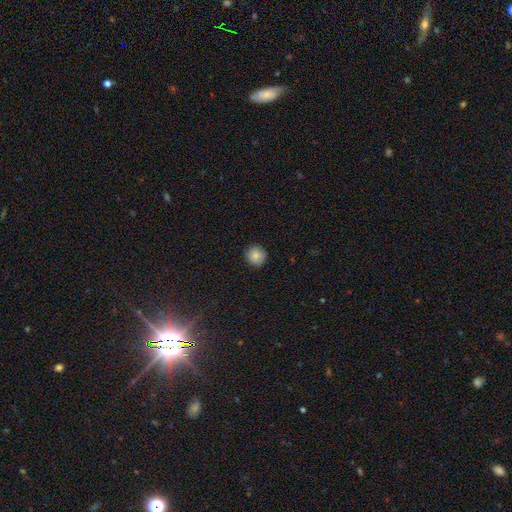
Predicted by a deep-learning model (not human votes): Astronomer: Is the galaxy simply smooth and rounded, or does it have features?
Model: smooth — 85%.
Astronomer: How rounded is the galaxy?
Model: round — 92%.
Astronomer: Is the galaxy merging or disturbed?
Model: none — 89%.